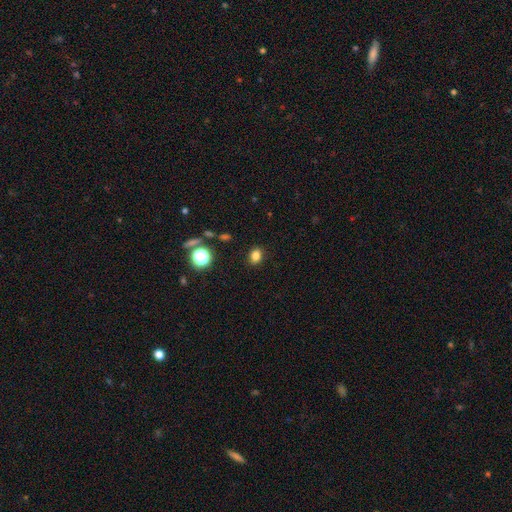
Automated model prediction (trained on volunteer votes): A smooth galaxy with no disk features (80%) that is in between round and cigar-shaped (61%).

Vote fractions:
- Smooth or featured? smooth: 80% / star or artifact: 15% / featured or disk: 5%
- How rounded? in between: 61% / round: 38% / cigar-shaped: 1%
- Merging? none: 88% / minor disturbance: 8% / major disturbance: 2% / merger: 1%